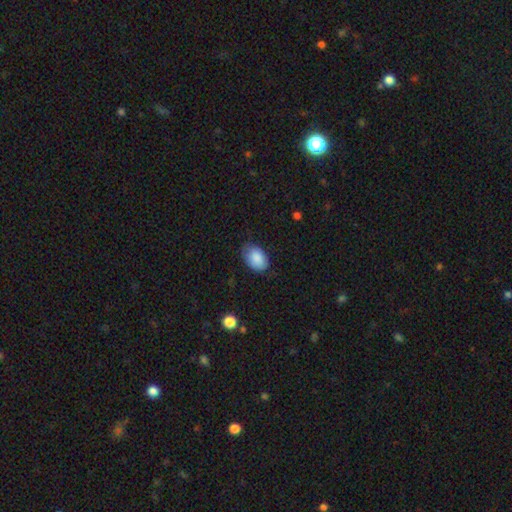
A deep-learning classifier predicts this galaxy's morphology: This is clearly a smooth galaxy (88%). How rounded: clearly in between (89%). Merging: likely none (71%).